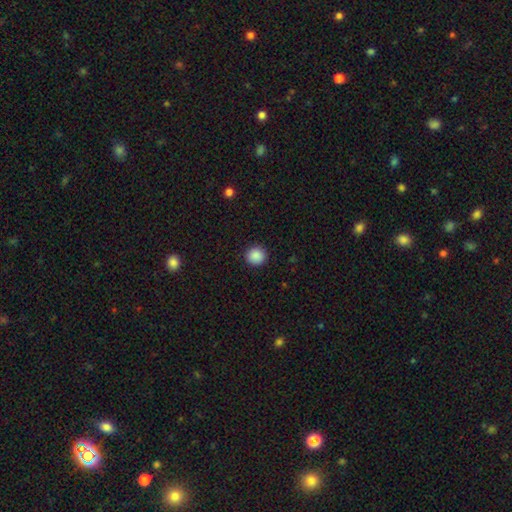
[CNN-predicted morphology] A smooth galaxy with no disk features (88%) that is round (93%). Merging: none (92%).